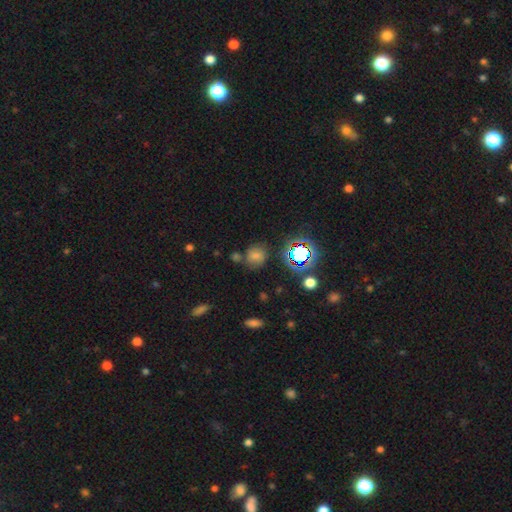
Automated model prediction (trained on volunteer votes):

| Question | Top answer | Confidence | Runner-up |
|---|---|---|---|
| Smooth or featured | smooth | 48% | star or artifact (41%) |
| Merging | none | 71% | minor disturbance (13%) |